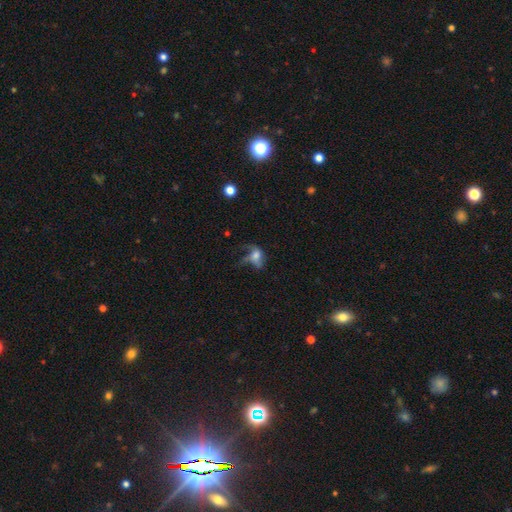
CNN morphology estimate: Smooth or featured? Predicted: smooth (p=0.47). Merging? Predicted: major disturbance (p=0.48).